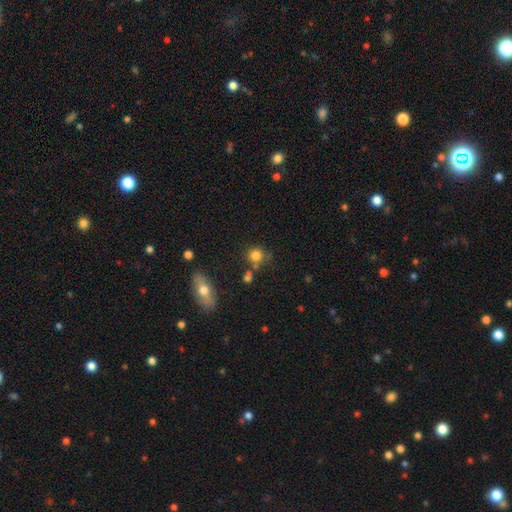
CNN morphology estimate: smooth_or_featured: smooth (p=0.81) [alt: star or artifact p=0.11]
how_rounded: round (p=0.86) [alt: in between p=0.13]
merging: none (p=0.67) [alt: merger p=0.15]